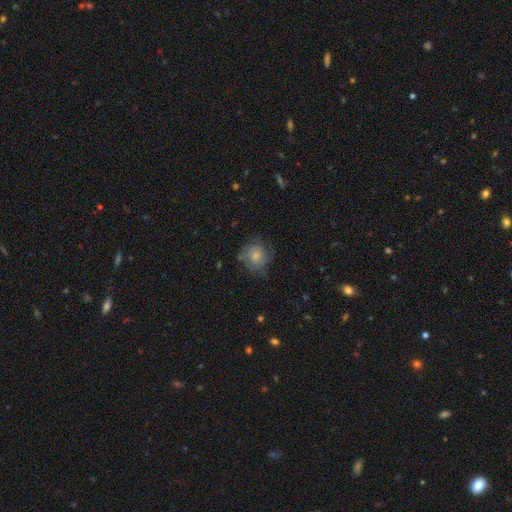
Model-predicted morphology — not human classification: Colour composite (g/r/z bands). It shows a smooth galaxy with no disk features (61%) that is round (84%). Merging: none (61%).